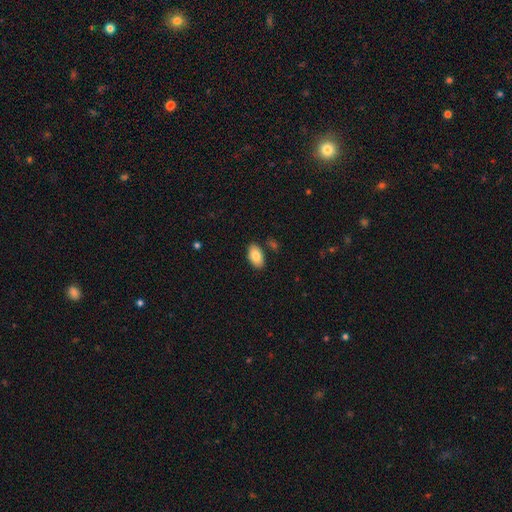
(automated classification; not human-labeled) A smooth galaxy with no disk features (82%) that is in between round and cigar-shaped (94%). Merging: none (83%).